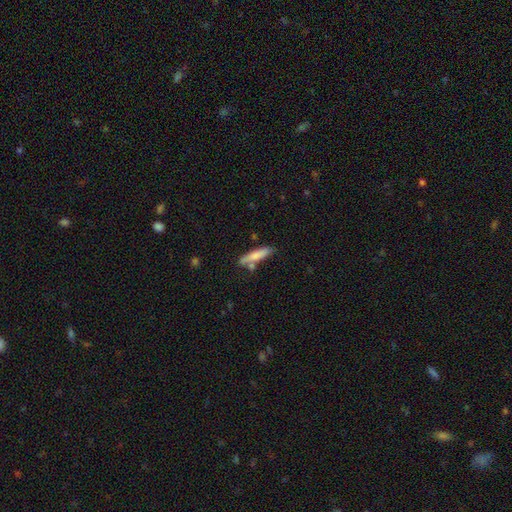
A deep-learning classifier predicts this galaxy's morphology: Overall: smooth (74%). How rounded: cigar-shaped (83%). Merging: none (70%).